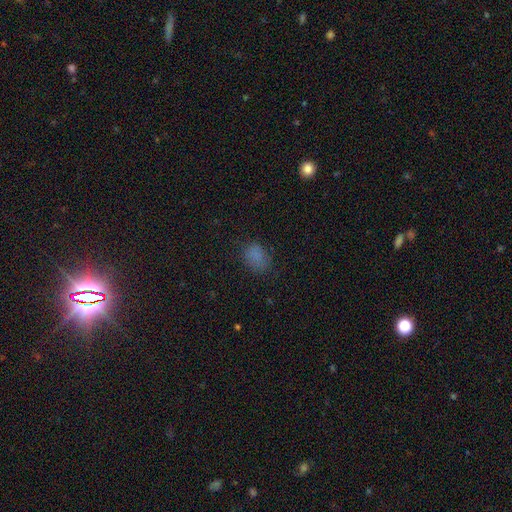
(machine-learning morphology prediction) smooth-or-featured: smooth: 79% | star or artifact: 16% | featured or disk: 6%
  how-rounded: in between: 70% | round: 28% | cigar-shaped: 1%
  merging: none: 74% | minor disturbance: 19% | major disturbance: 6% | merger: 1%